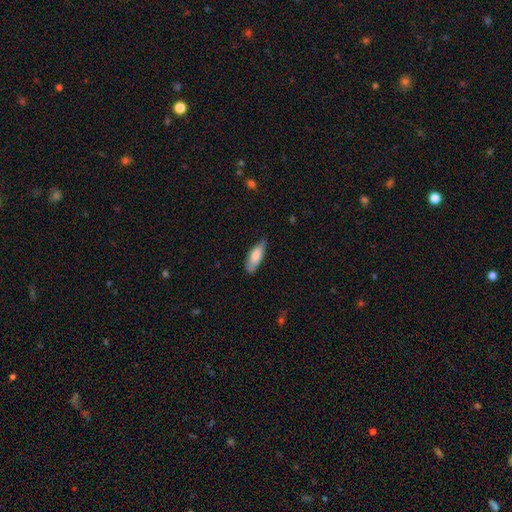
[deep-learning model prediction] Overall: smooth (77%). How rounded: in between (68%; cigar-shaped 31%). Merging: none (64%; minor disturbance 29%).